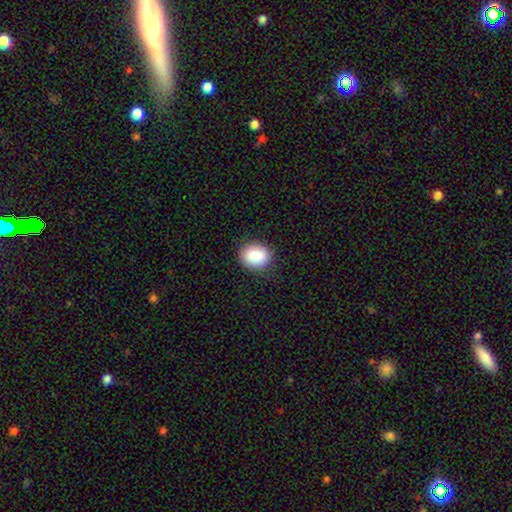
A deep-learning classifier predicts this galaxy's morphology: type=smooth (86%); roundness=round (51%); merging=none (86%).